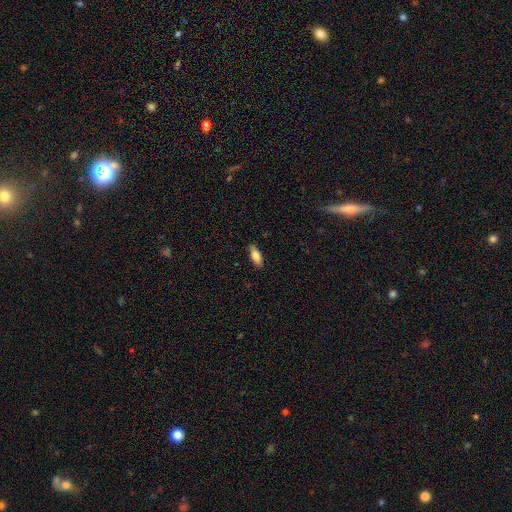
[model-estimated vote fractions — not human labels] Smooth or featured: smooth — 79% (featured or disk — 14%)
How rounded: in between — 78% (cigar-shaped — 19%)
Merging: none — 87% (minor disturbance — 10%)